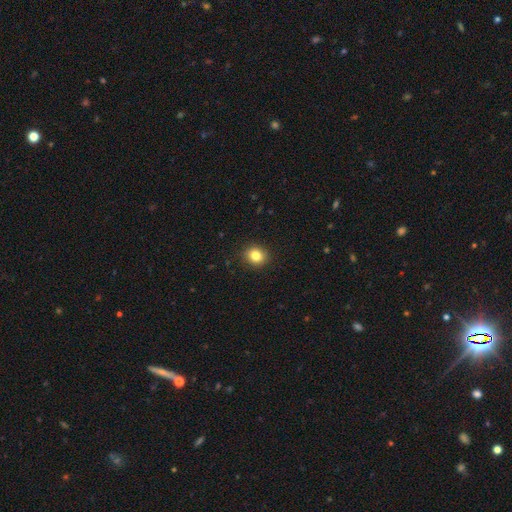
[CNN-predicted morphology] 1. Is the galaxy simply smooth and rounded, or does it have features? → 83% smooth, 11% star or artifact, 6% featured or disk.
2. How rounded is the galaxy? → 75% round, 24% in between, 1% cigar-shaped.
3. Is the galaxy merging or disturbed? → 91% none, 7% minor disturbance, 2% major disturbance, 1% merger.